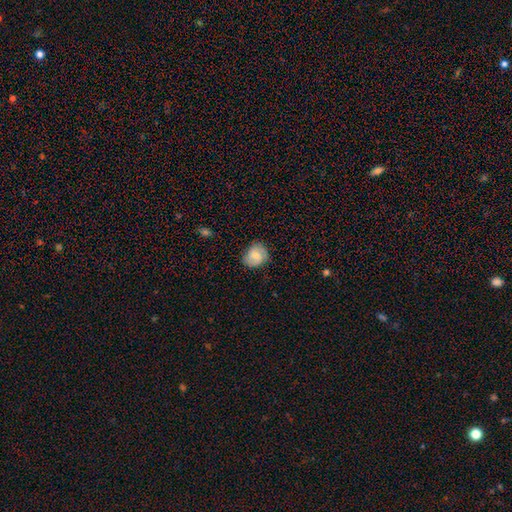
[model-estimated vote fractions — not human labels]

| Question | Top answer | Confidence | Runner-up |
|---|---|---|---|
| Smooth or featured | smooth | 68% | featured or disk (24%) |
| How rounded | round | 57% | in between (42%) |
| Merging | none | 66% | minor disturbance (27%) |